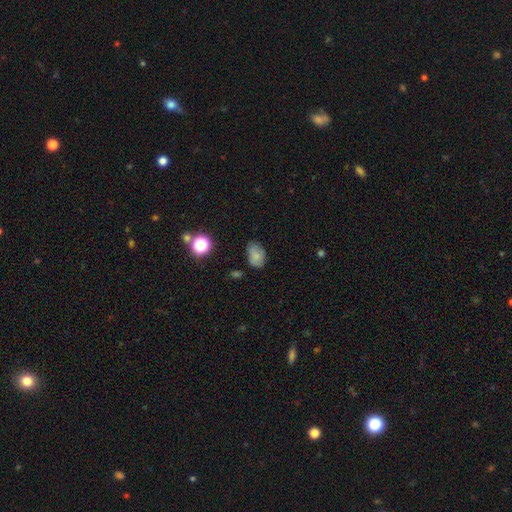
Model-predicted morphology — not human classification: This is likely a smooth galaxy (76%). How rounded: clearly in between (82%). Merging: likely none (70%).